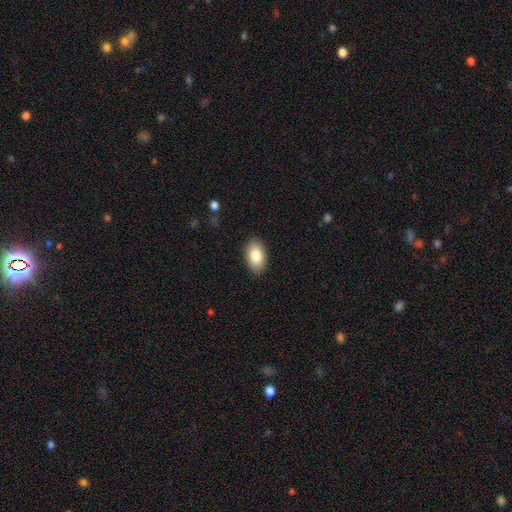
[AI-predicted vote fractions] Smooth or featured? smooth (84%)
How rounded? in between (93%)
Merging? none (89%)